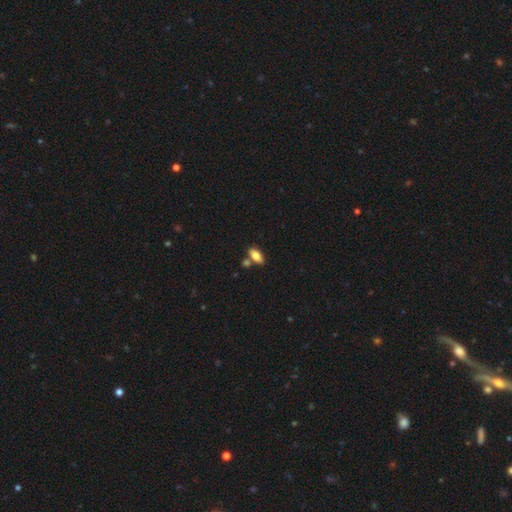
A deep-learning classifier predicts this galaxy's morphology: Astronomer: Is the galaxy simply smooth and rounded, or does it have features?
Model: smooth — 80%.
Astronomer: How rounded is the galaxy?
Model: in between — 88%.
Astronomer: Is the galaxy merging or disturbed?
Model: none — 68%.